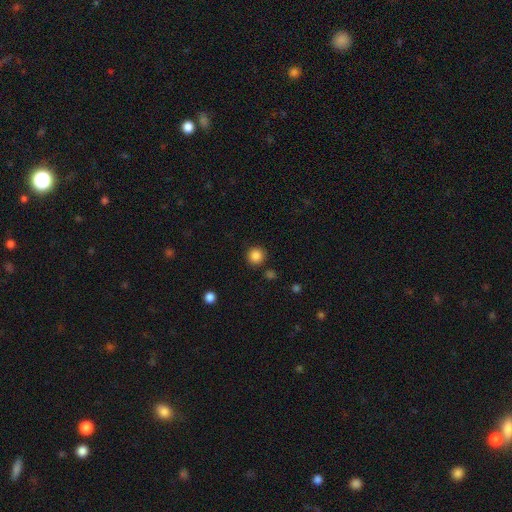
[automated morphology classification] Smooth or featured?
  - smooth: 86% *
  - star or artifact: 11%
  - featured or disk: 3%
How rounded?
  - round: 94% *
  - in between: 5%
  - cigar-shaped: 1%
Merging?
  - none: 89% *
  - minor disturbance: 6%
  - merger: 3%
  - major disturbance: 2%